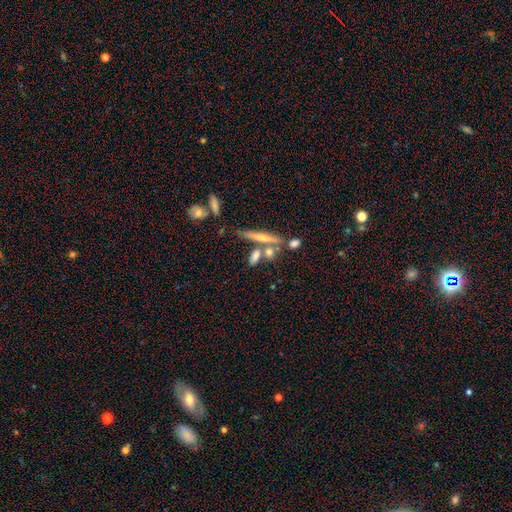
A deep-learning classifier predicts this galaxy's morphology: smooth 62%, featured or disk 27%, star or artifact 11%. Down the decision tree: how rounded — cigar-shaped (49%); merging — none (56%).